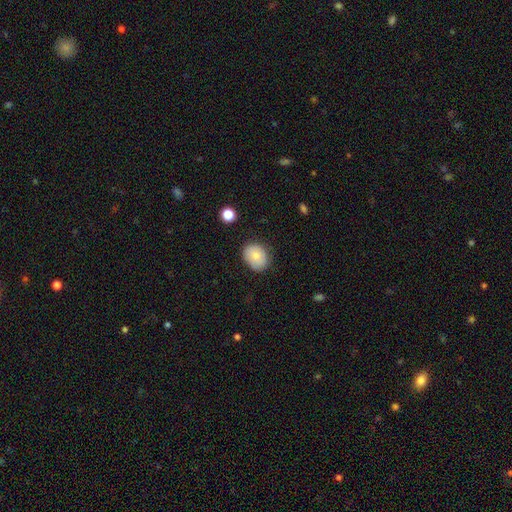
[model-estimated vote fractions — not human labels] The model was most divided on "how rounded": in between: 58%, round: 41%, cigar-shaped: 1%. More confident: smooth or featured — smooth (80%); merging — none (76%).